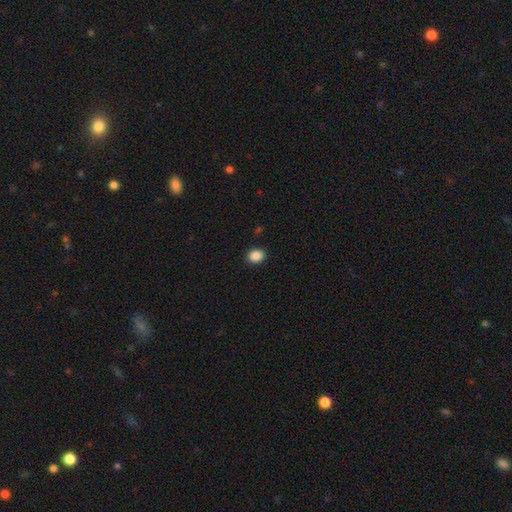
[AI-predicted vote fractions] Smooth or featured?
  - smooth: 88% *
  - star or artifact: 9%
  - featured or disk: 3%
How rounded?
  - round: 56% *
  - in between: 43%
  - cigar-shaped: 1%
Merging?
  - none: 91% *
  - minor disturbance: 6%
  - major disturbance: 2%
  - merger: 1%